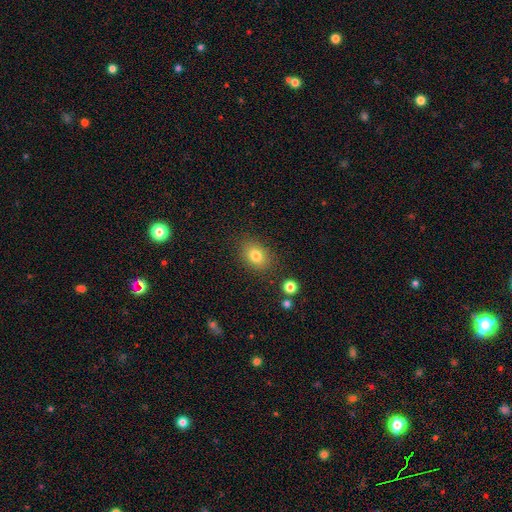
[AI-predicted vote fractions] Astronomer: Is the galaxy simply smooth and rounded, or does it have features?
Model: smooth — 81%.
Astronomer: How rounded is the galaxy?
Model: in between — 67%.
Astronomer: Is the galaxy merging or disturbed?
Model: none — 84%.